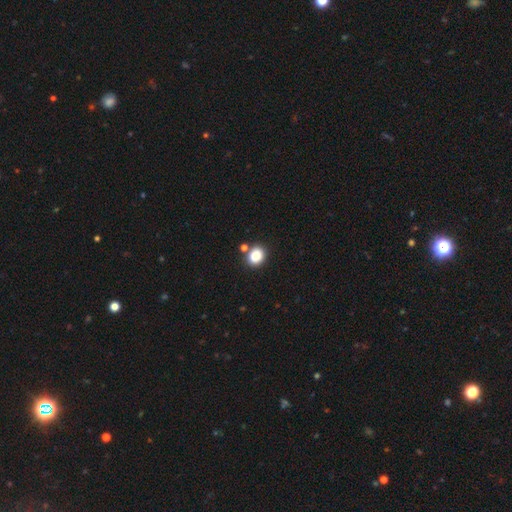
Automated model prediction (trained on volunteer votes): smooth 86%, star or artifact 10%, featured or disk 4%. Down the decision tree: how rounded — round (64%); merging — none (78%).